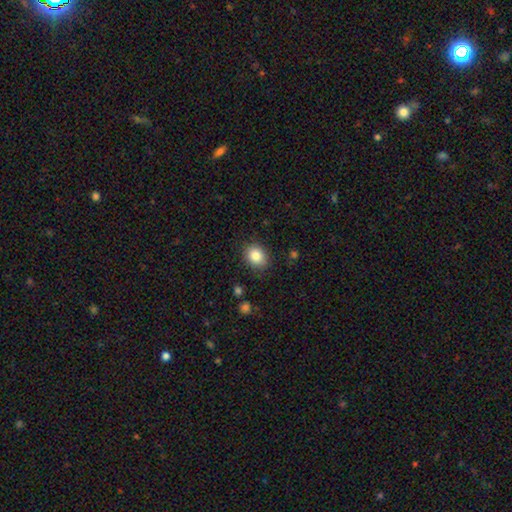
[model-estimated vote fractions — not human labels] Smooth or featured: smooth — 84% (star or artifact — 9%)
How rounded: round — 50% (in between — 49%)
Merging: none — 86% (minor disturbance — 10%)